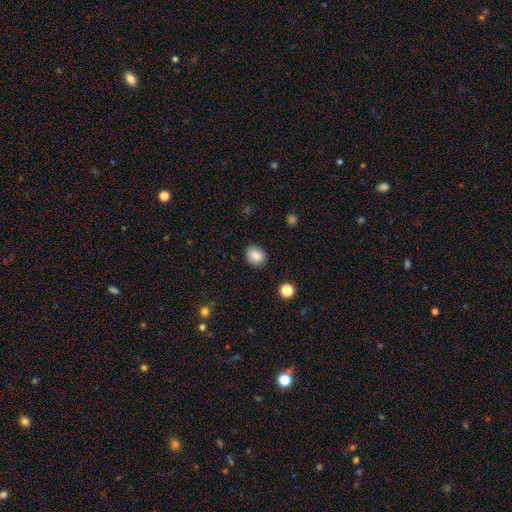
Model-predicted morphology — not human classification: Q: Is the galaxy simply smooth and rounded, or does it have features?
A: smooth — 84%.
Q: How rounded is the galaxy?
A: round — 60%.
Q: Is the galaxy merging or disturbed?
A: none — 86%.